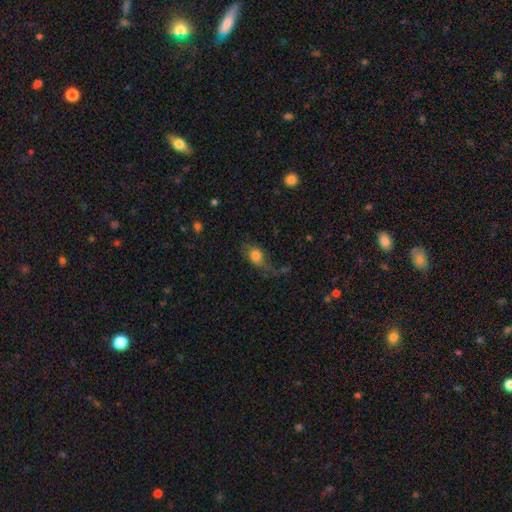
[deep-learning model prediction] Overall: smooth (74%). How rounded: in between (73%). Merging: none (40%; major disturbance 29%).